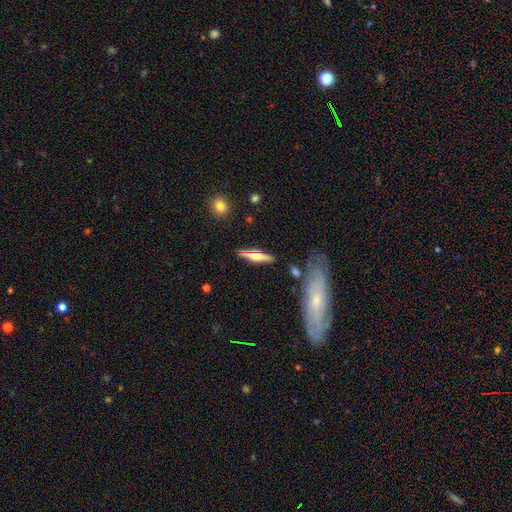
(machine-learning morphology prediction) Overall: featured or disk (63%; smooth 31%). Edge-on disk: yes (95%). Edge-on bulge: rounded (92%). Merging: none (86%).